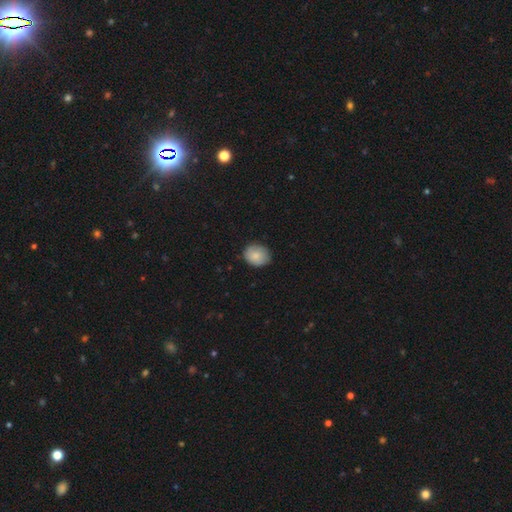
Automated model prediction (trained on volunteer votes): smooth_or_featured: smooth (p=0.82) [alt: featured or disk p=0.11]
how_rounded: round (p=0.65) [alt: in between p=0.34]
merging: none (p=0.80) [alt: minor disturbance p=0.16]